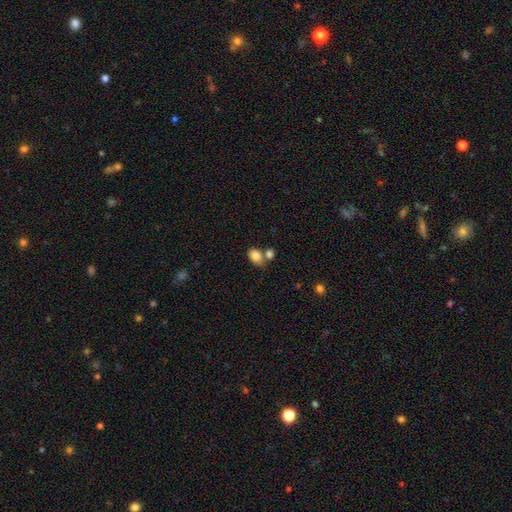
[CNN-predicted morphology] A smooth galaxy with no disk features (84%) that is in between round and cigar-shaped (74%).

Vote fractions:
- Smooth or featured? smooth: 84% / star or artifact: 9% / featured or disk: 7%
- How rounded? in between: 74% / round: 25% / cigar-shaped: 1%
- Merging? none: 47% / merger: 34% / minor disturbance: 14% / major disturbance: 5%